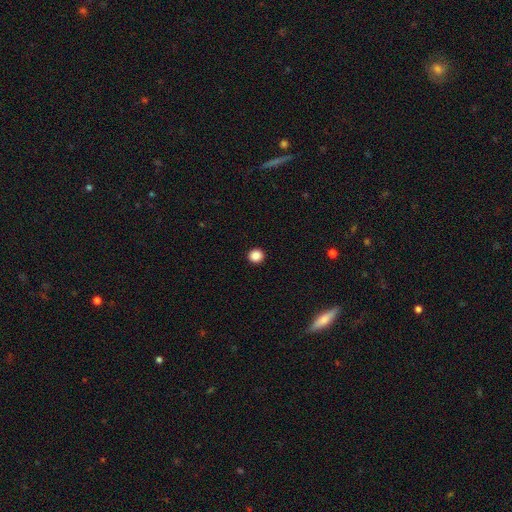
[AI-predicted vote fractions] This appears to be a smooth galaxy with no disk features (87%) that is round (94%). Merging: none (94%).